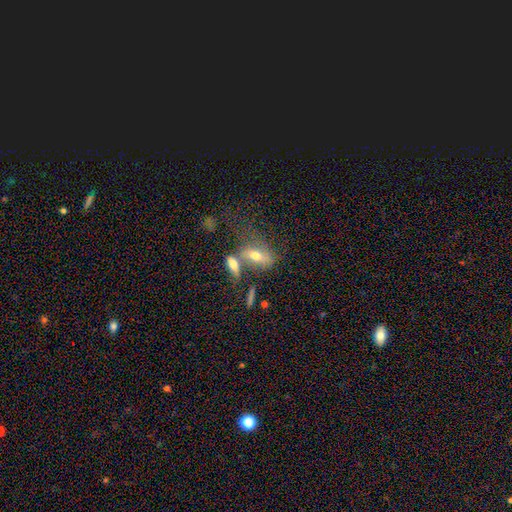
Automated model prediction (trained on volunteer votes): Smooth or featured: smooth — 61% (featured or disk — 28%)
How rounded: in between — 79% (cigar-shaped — 12%)
Merging: merger — 39% (none — 34%)